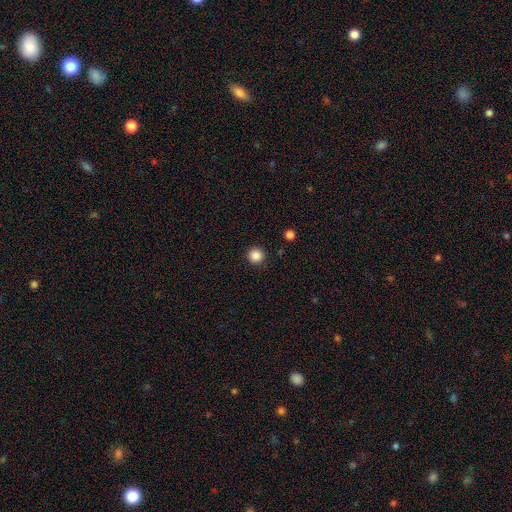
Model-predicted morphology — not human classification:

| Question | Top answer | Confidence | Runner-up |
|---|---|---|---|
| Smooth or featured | smooth | 87% | star or artifact (11%) |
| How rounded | round | 96% | in between (3%) |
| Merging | none | 92% | minor disturbance (5%) |